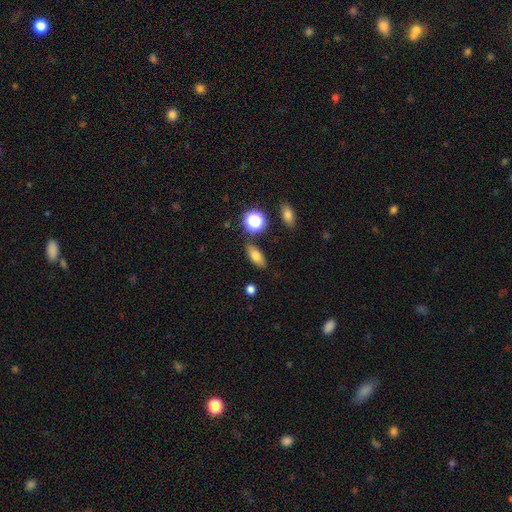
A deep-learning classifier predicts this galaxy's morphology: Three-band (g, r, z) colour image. It shows a smooth galaxy with no disk features (73%) that is in between round and cigar-shaped (79%). Merging: none (84%).